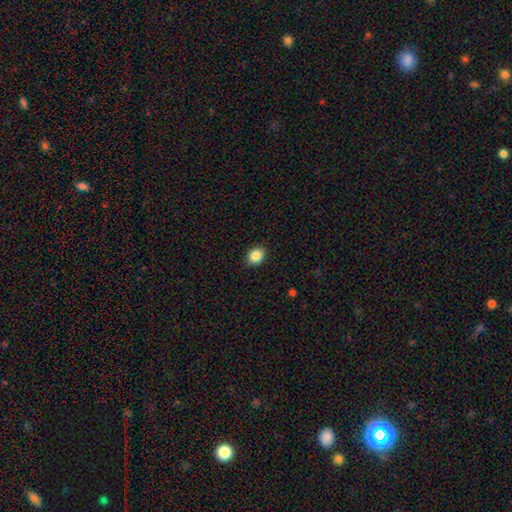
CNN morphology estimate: smooth-or-featured: smooth: 87% | star or artifact: 9% | featured or disk: 4%
  how-rounded: in between: 52% | round: 47% | cigar-shaped: 1%
  merging: none: 89% | minor disturbance: 8% | major disturbance: 2% | merger: 1%